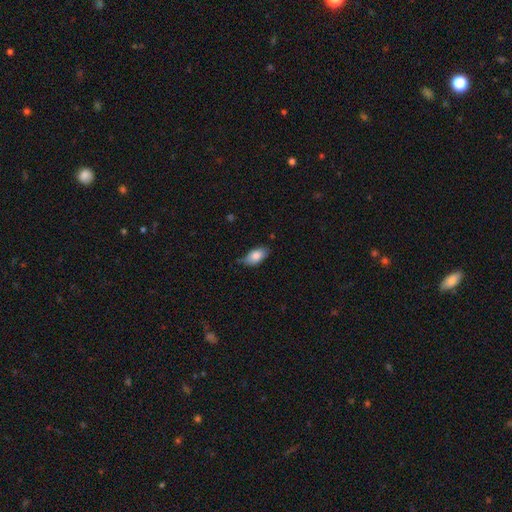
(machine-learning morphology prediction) A smooth galaxy with no disk features (82%) that is in between round and cigar-shaped (91%). Merging: none (65%).